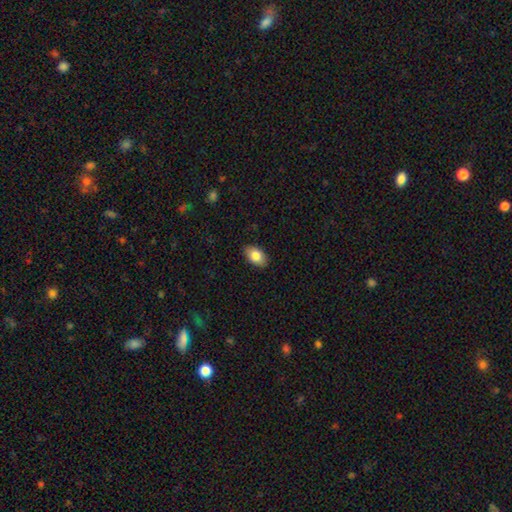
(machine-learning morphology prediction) A smooth galaxy with no disk features (83%) that is in between round and cigar-shaped (91%).

Vote fractions:
- Smooth or featured? smooth: 83% / featured or disk: 10% / star or artifact: 7%
- How rounded? in between: 91% / round: 7% / cigar-shaped: 2%
- Merging? none: 87% / minor disturbance: 10% / major disturbance: 2% / merger: 1%